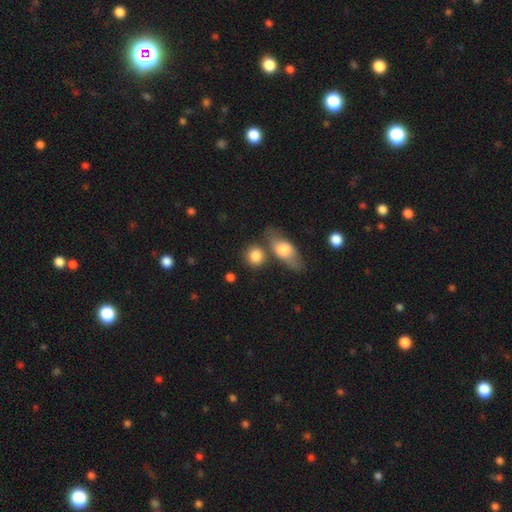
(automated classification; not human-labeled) The model was most divided on "merging": none: 64%, merger: 21%, minor disturbance: 11%, major disturbance: 4%. More confident: smooth or featured — smooth (83%); how rounded — round (73%).